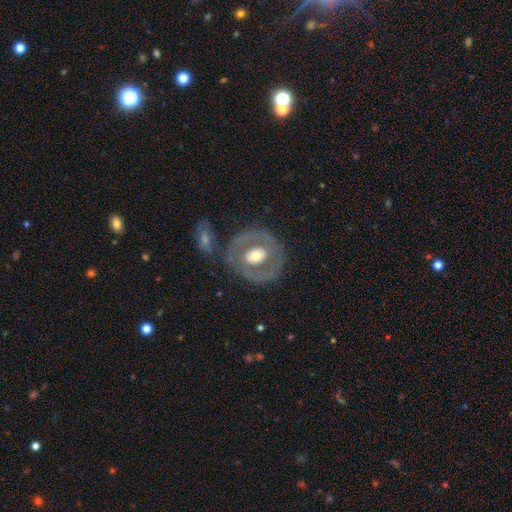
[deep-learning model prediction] Smooth or featured? Predicted: featured or disk (p=0.58). Edge-on disk? Predicted: no (p=0.95). Bar? Predicted: no (p=0.71). Spiral arms? Predicted: no (p=0.80). Bulge size? Predicted: moderate (p=0.65). Merging? Predicted: none (p=0.75).